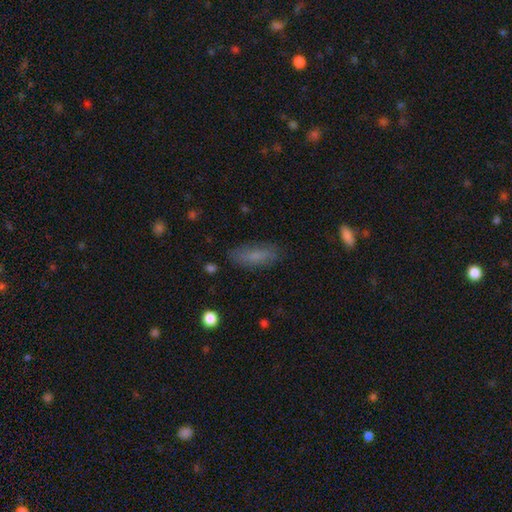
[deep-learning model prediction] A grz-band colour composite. It shows a smooth galaxy with no disk features (74%) that is in between round and cigar-shaped (60%). Merging: none (79%).